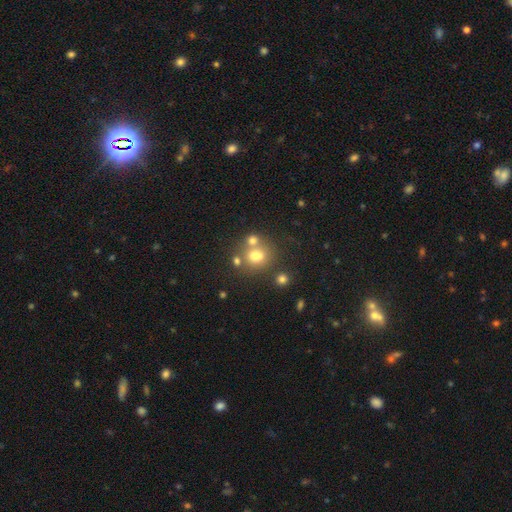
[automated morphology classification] smooth 69%, featured or disk 16%, star or artifact 15%. Down the decision tree: how rounded — round (74%); merging — none (52%).